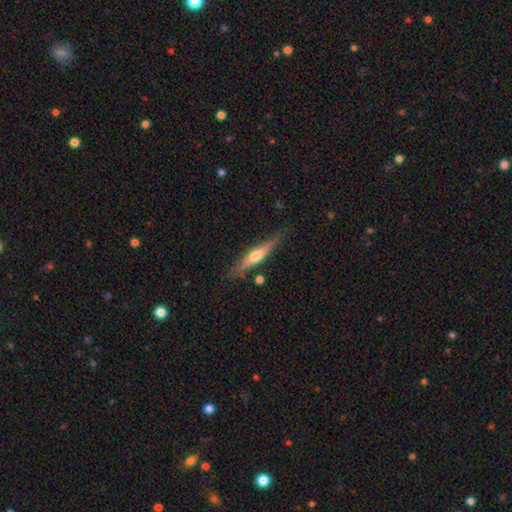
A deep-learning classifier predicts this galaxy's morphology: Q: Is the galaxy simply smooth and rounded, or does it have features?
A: featured or disk — 63%.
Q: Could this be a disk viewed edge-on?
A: yes — 96%.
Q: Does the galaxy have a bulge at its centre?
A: rounded — 88%.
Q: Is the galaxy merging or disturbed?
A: none — 80%.